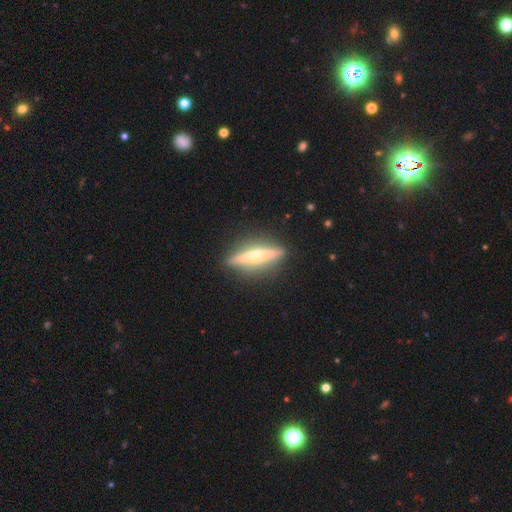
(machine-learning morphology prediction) A featured or disk galaxy (68%) viewed edge-on (95%) with a rounded central bulge (80%).

Vote fractions:
- Smooth or featured? featured or disk: 68% / smooth: 26% / star or artifact: 6%
- Edge-on disk? yes: 95% / no: 5%
- Edge-on bulge? rounded: 80% / none: 14% / boxy: 6%
- Merging? none: 89% / minor disturbance: 8% / major disturbance: 2% / merger: 1%